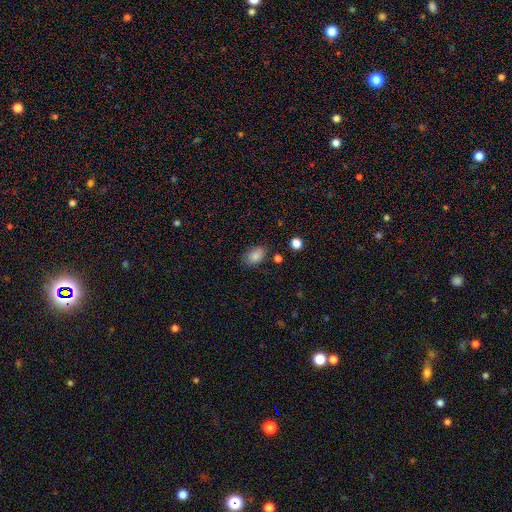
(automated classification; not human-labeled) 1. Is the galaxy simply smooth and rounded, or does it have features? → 85% smooth, 9% star or artifact, 5% featured or disk.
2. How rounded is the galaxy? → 86% in between, 13% round, 1% cigar-shaped.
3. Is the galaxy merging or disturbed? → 77% none, 16% minor disturbance, 4% major disturbance, 3% merger.